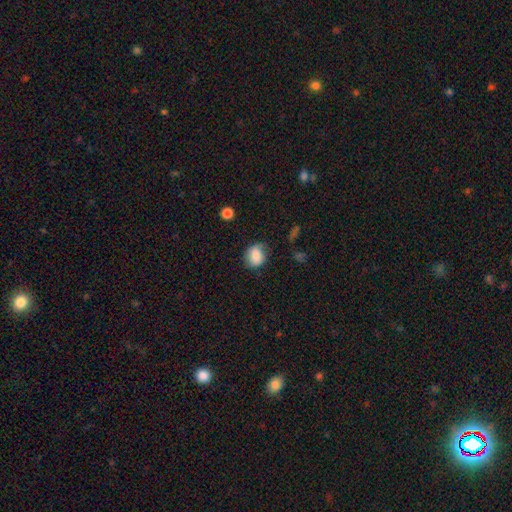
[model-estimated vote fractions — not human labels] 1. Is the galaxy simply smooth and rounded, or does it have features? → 80% smooth, 11% featured or disk, 9% star or artifact.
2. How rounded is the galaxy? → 61% round, 38% in between, 1% cigar-shaped.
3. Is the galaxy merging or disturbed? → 65% none, 26% minor disturbance, 8% major disturbance, 2% merger.